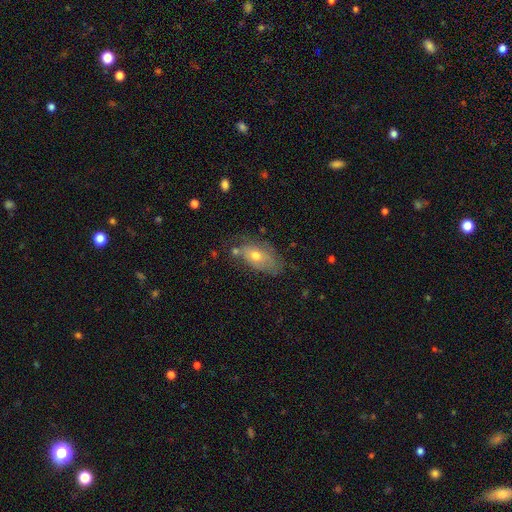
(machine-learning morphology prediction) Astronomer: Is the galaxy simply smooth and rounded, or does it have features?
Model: smooth — 53% (runner-up: featured or disk, 39%).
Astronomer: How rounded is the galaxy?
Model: in between — 88%.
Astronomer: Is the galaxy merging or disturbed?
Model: none — 53% (runner-up: minor disturbance, 29%).